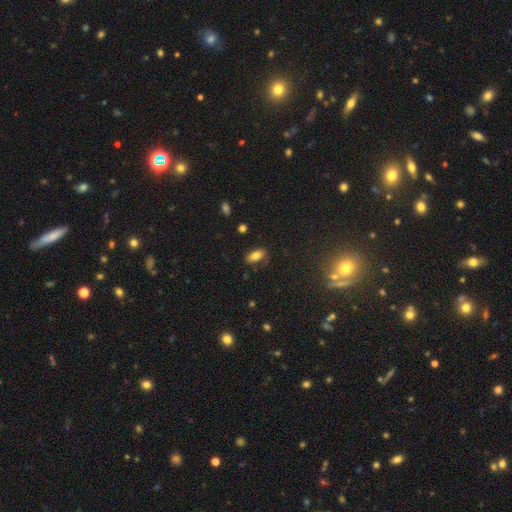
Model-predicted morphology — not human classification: A smooth galaxy with no disk features (74%) that is in between round and cigar-shaped (87%).

Vote fractions:
- Smooth or featured? smooth: 74% / featured or disk: 16% / star or artifact: 10%
- How rounded? in between: 87% / cigar-shaped: 9% / round: 4%
- Merging? none: 72% / minor disturbance: 19% / major disturbance: 7% / merger: 2%